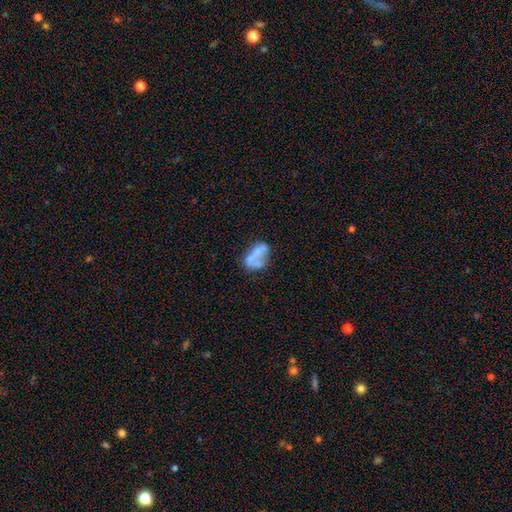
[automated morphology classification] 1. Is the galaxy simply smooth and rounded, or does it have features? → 48% featured or disk, 42% smooth, 10% star or artifact.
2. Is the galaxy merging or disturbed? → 32% merger, 28% none, 22% major disturbance, 18% minor disturbance.